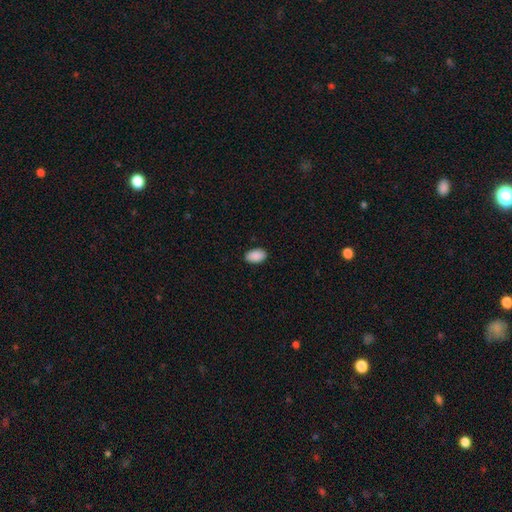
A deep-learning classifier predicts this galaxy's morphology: Overall: smooth (91%). How rounded: in between (93%). Merging: none (89%).